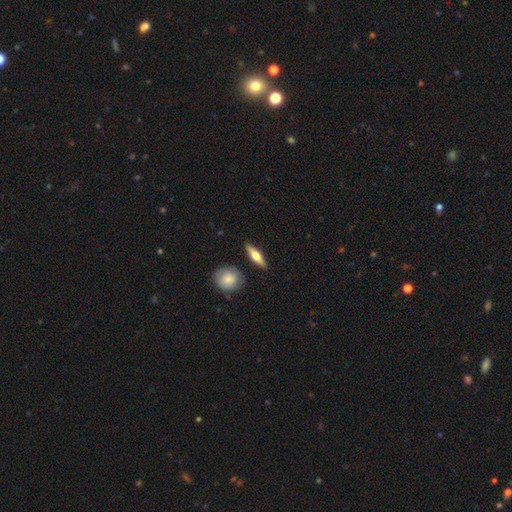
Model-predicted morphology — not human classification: The model was most divided on "smooth or featured": featured or disk: 49%, smooth: 45%, star or artifact: 6%. More confident: merging — none (87%).